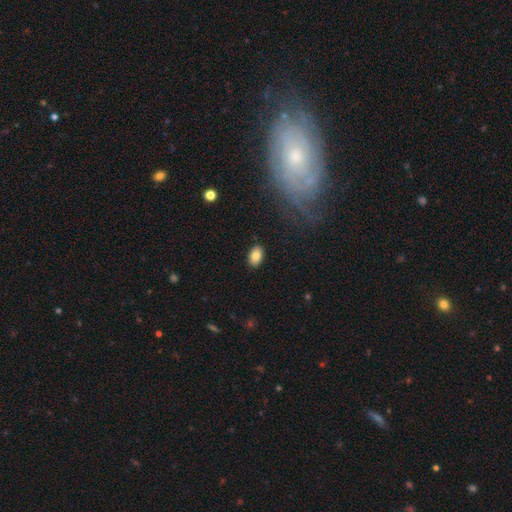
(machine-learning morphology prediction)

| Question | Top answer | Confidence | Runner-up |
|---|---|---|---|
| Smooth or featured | smooth | 82% | featured or disk (10%) |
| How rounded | in between | 86% | round (12%) |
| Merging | none | 87% | minor disturbance (9%) |